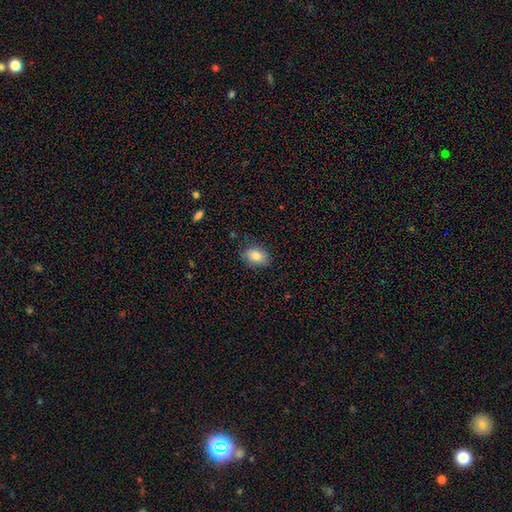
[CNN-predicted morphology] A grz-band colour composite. It shows a smooth galaxy with no disk features (84%) that is in between round and cigar-shaped (77%). Merging: none (81%).